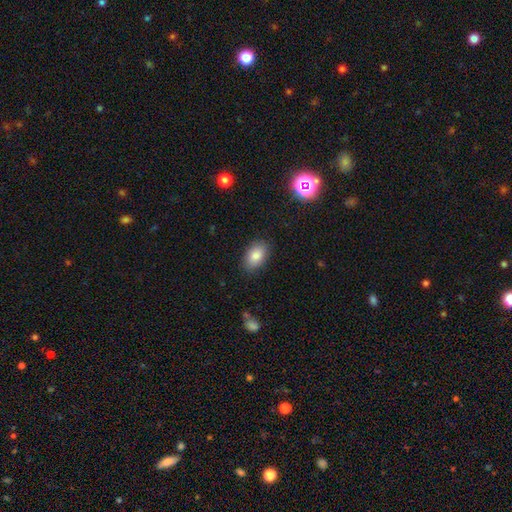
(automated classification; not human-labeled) Smooth or featured?
  - smooth: 84% *
  - star or artifact: 8%
  - featured or disk: 8%
How rounded?
  - in between: 90% *
  - round: 8%
  - cigar-shaped: 2%
Merging?
  - none: 85% *
  - minor disturbance: 11%
  - major disturbance: 3%
  - merger: 1%